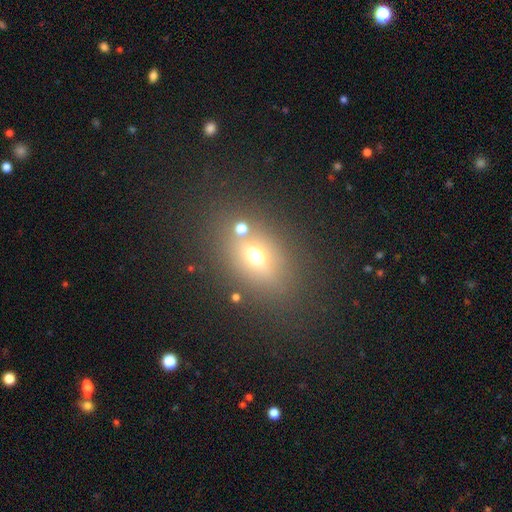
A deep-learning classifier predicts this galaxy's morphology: This is possibly a smooth galaxy (59%). How rounded: likely in between (62%). Merging: likely none (70%).